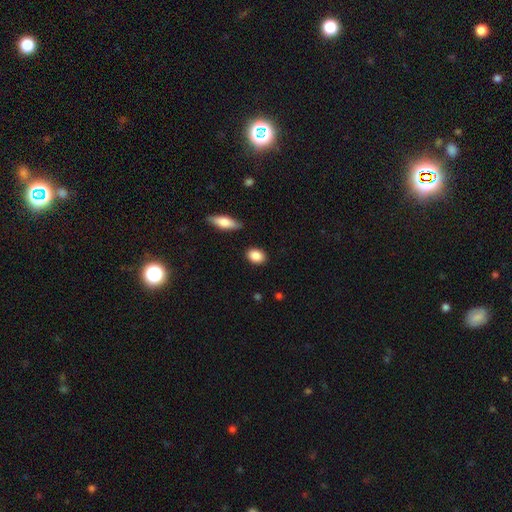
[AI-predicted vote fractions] Smooth or featured: smooth — 88% (star or artifact — 7%)
How rounded: in between — 64% (round — 34%)
Merging: none — 87% (minor disturbance — 9%)